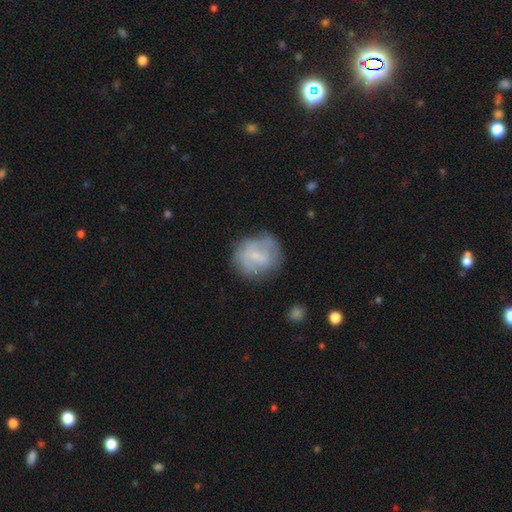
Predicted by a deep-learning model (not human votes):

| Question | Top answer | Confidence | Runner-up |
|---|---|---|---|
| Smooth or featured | featured or disk | 46% | tied: smooth (46%) |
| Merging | none | 65% | minor disturbance (22%) |